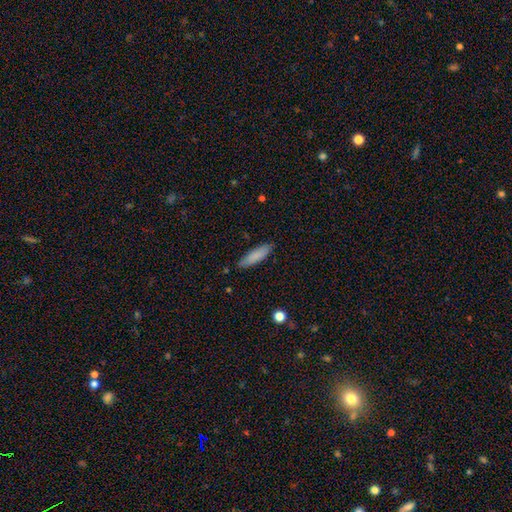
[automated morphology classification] A smooth galaxy with no disk features (83%) that is cigar-shaped (68%).

Vote fractions:
- Smooth or featured? smooth: 83% / featured or disk: 11% / star or artifact: 6%
- How rounded? cigar-shaped: 68% / in between: 30% / round: 1%
- Merging? none: 85% / minor disturbance: 12% / major disturbance: 2% / merger: 1%